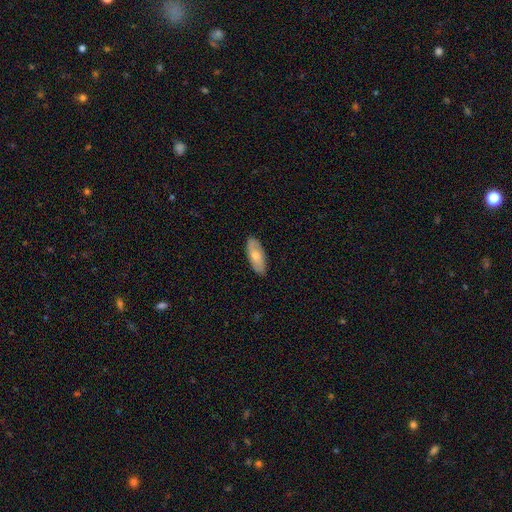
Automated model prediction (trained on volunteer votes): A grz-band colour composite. It shows a smooth galaxy with no disk features (68%) that is in between round and cigar-shaped (85%). Merging: none (85%).